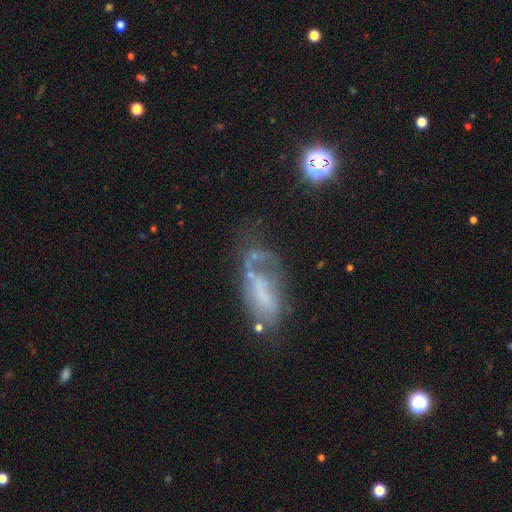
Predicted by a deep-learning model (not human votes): Smooth or featured?
  - featured or disk: 48% *
  - smooth: 38%
  - star or artifact: 15%
Merging?
  - major disturbance: 37% *
  - none: 28%
  - minor disturbance: 20%
  - merger: 15%